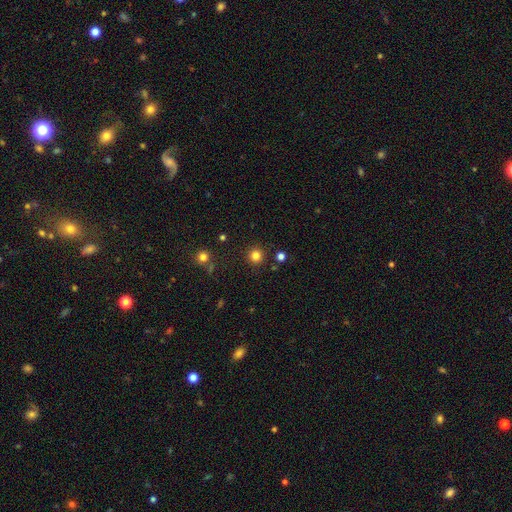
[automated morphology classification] smooth 81%, star or artifact 14%, featured or disk 4%. Down the decision tree: how rounded — round (95%); merging — none (91%).